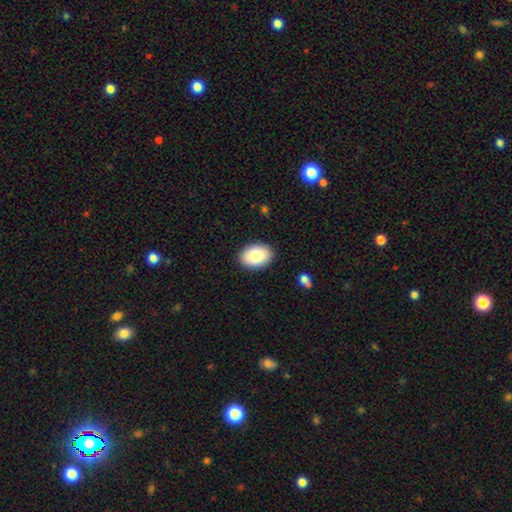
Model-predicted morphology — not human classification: Smooth or featured?
  - smooth: 83% *
  - featured or disk: 10%
  - star or artifact: 7%
How rounded?
  - in between: 83% *
  - round: 16%
  - cigar-shaped: 1%
Merging?
  - none: 90% *
  - minor disturbance: 7%
  - major disturbance: 2%
  - merger: 1%